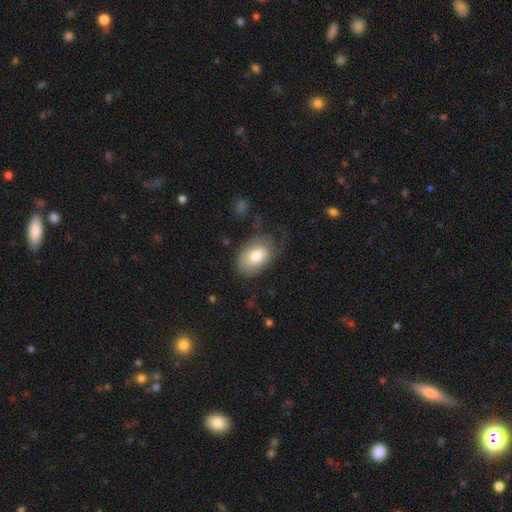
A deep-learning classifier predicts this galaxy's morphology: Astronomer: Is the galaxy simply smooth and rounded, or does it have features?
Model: smooth — 74%.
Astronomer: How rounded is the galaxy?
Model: in between — 88%.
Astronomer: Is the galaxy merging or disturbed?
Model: none — 55%.